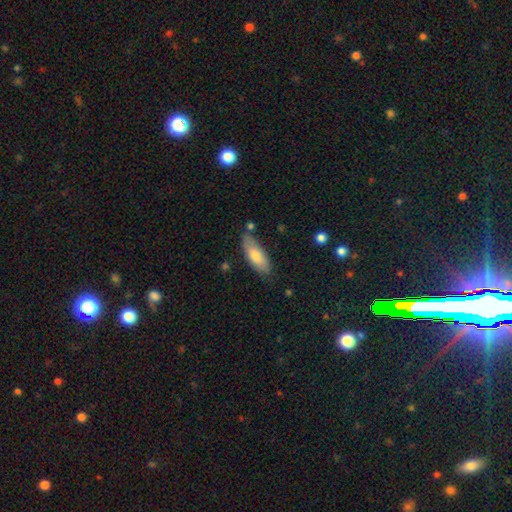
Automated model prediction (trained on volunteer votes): smooth-or-featured: smooth: 74% | featured or disk: 20% | star or artifact: 6%
  how-rounded: in between: 69% | cigar-shaped: 29% | round: 2%
  merging: none: 76% | minor disturbance: 17% | merger: 4% | major disturbance: 3%